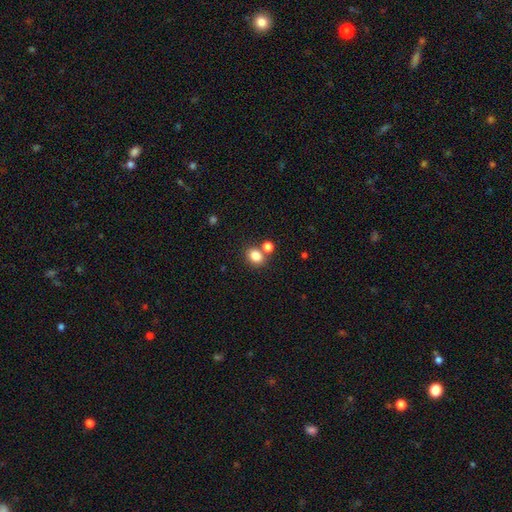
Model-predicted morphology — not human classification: A smooth galaxy with no disk features (83%) that is round (54%).

Vote fractions:
- Smooth or featured? smooth: 83% / star or artifact: 12% / featured or disk: 6%
- How rounded? round: 54% / in between: 45% / cigar-shaped: 1%
- Merging? none: 66% / merger: 21% / minor disturbance: 10% / major disturbance: 3%